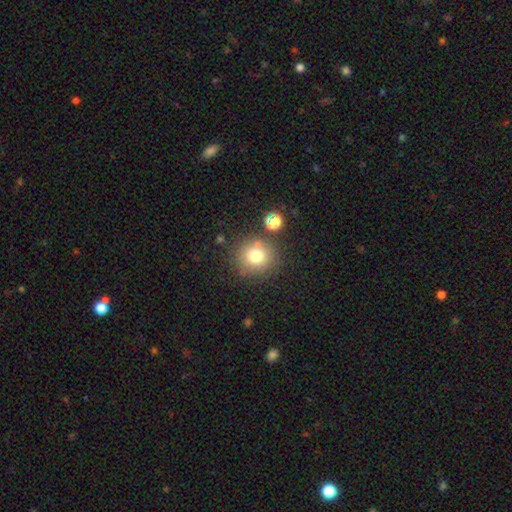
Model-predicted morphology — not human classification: Q: Smooth or featured?
A: smooth (75%); runner-up: star or artifact (14%)
Q: How rounded?
A: round (89%); runner-up: in between (10%)
Q: Merging?
A: none (78%); runner-up: minor disturbance (10%)